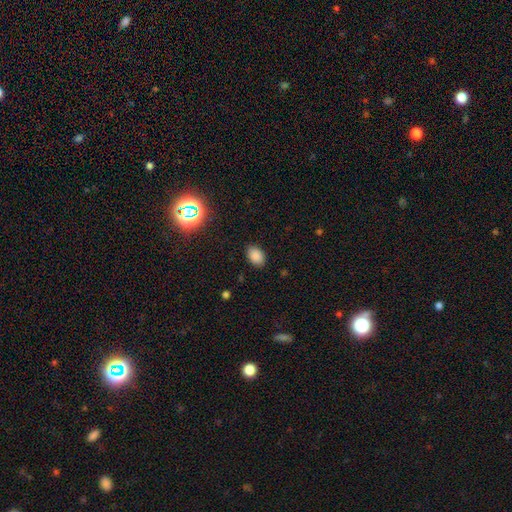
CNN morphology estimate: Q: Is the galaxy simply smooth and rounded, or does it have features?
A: smooth — 84%.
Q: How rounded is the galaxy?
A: in between — 83%.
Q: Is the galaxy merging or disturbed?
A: none — 86%.